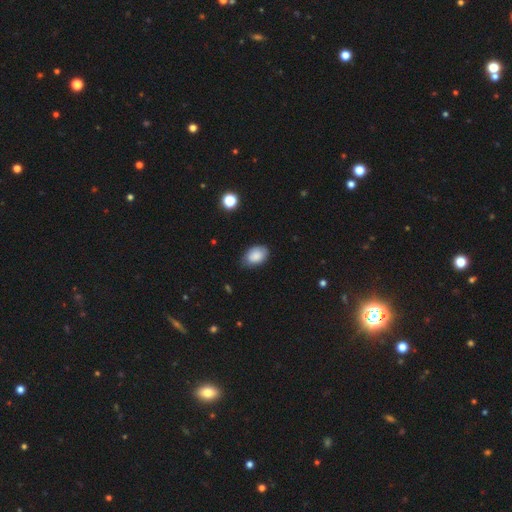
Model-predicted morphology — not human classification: type=smooth (86%); roundness=in between (86%); merging=none (76%).